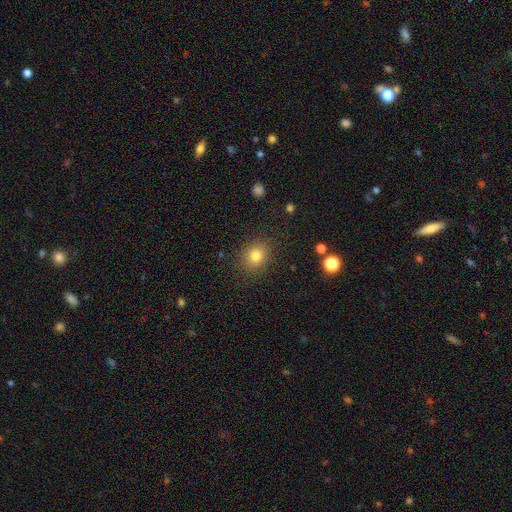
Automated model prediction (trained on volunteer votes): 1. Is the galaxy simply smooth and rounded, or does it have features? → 80% smooth, 13% star or artifact, 7% featured or disk.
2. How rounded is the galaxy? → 71% round, 28% in between, 1% cigar-shaped.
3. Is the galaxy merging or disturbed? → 87% none, 9% minor disturbance, 3% major disturbance, 1% merger.